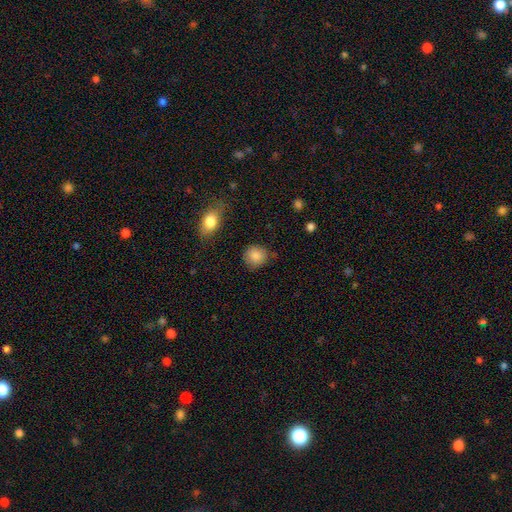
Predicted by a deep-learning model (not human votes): Morphology: type=smooth (87%); roundness=round (85%); merging=none (82%).